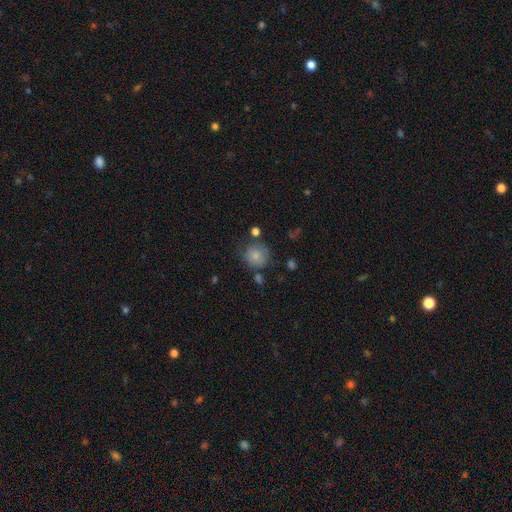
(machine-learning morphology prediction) smooth 80%, featured or disk 10%, star or artifact 10%. Down the decision tree: how rounded — round (89%); merging — none (70%).